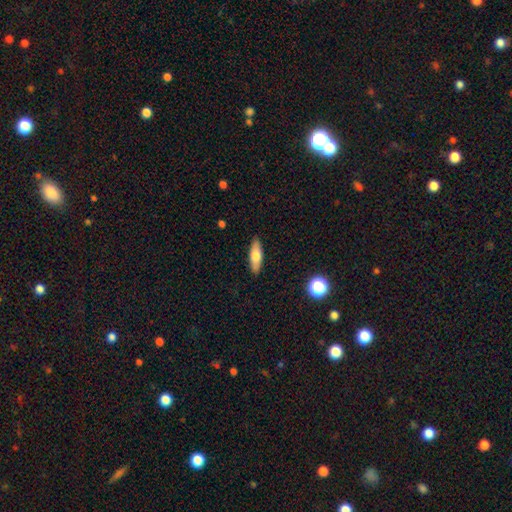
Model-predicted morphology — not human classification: smooth-or-featured: smooth: 68% | featured or disk: 25% | star or artifact: 7%
  how-rounded: in between: 55% | cigar-shaped: 42% | round: 3%
  merging: none: 89% | minor disturbance: 8% | major disturbance: 2% | merger: 1%